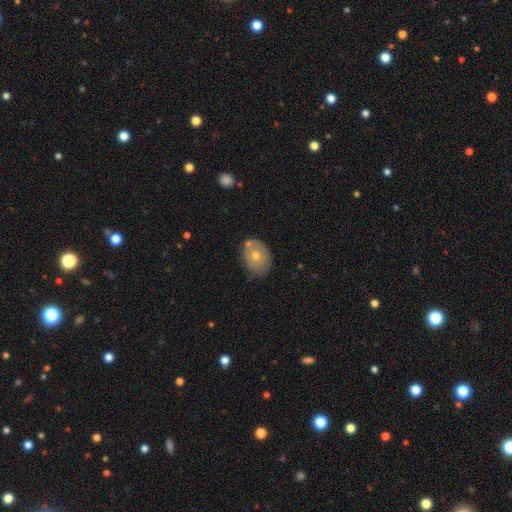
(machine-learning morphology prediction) Smooth or featured: smooth — 59% (featured or disk — 32%)
How rounded: in between — 62% (round — 37%)
Merging: none — 63% (minor disturbance — 20%)